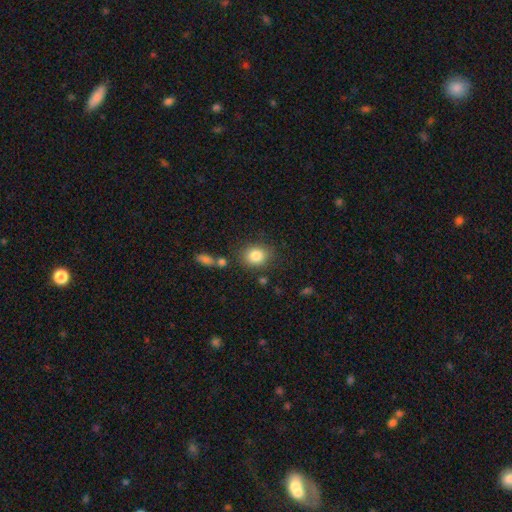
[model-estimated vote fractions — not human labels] smooth-or-featured: smooth: 83% | star or artifact: 10% | featured or disk: 7%
  how-rounded: round: 60% | in between: 39% | cigar-shaped: 1%
  merging: none: 80% | minor disturbance: 11% | merger: 5% | major disturbance: 4%